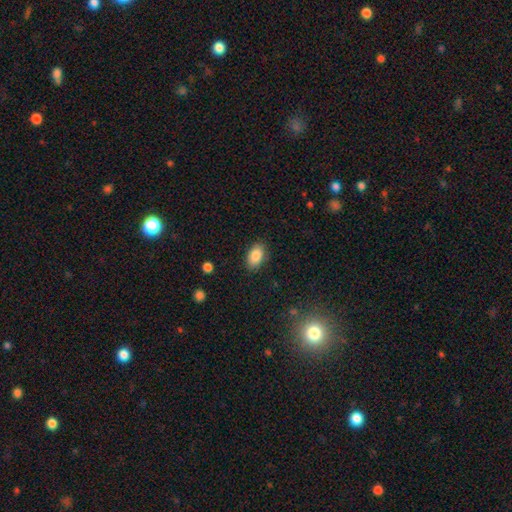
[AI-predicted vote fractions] This is clearly a smooth galaxy (86%). How rounded: clearly in between (91%). Merging: clearly none (85%).